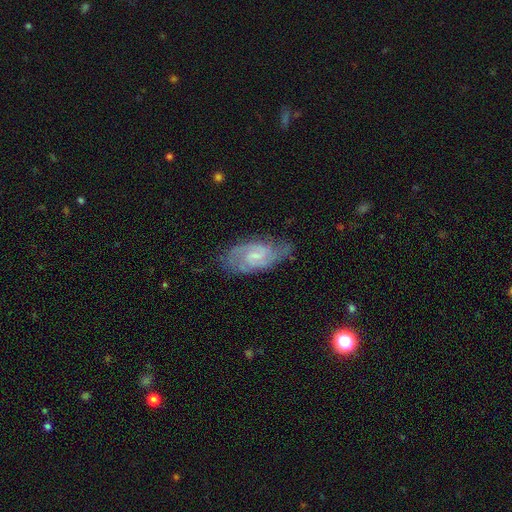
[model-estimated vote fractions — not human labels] Overall: featured or disk (85%). Edge-on disk: no (96%). Bar: weak (55%; no 34%). Spiral arms: yes (97%). Spiral arm count: 2 (76%). Spiral winding: medium (47%; tight 42%). Bulge size: small (63%). Merging: none (73%).